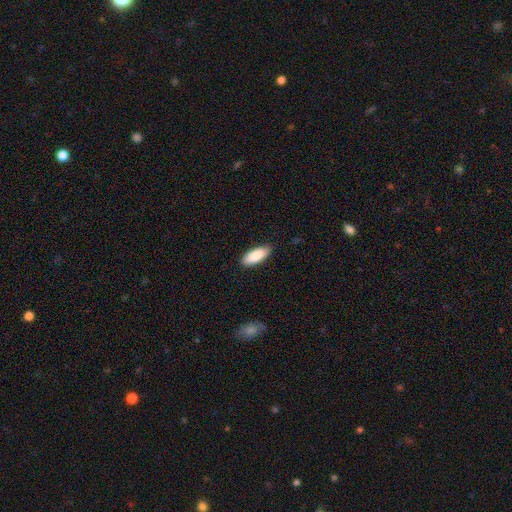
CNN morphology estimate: Smooth or featured? Predicted: smooth (p=0.88). How rounded? Predicted: in between (p=0.80). Merging? Predicted: none (p=0.86).